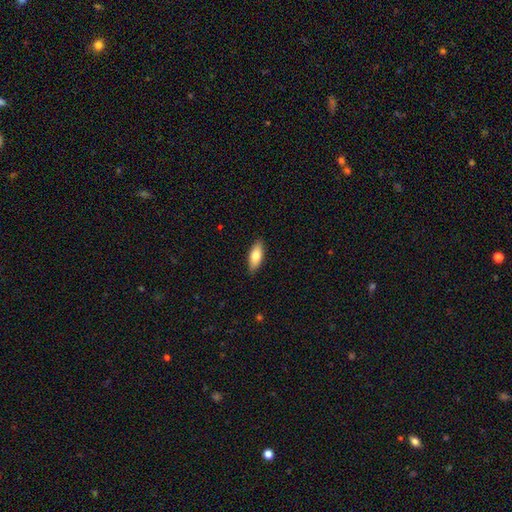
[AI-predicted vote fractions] smooth_or_featured: smooth (p=0.76) [alt: featured or disk p=0.18]
how_rounded: in between (p=0.75) [alt: cigar-shaped p=0.23]
merging: none (p=0.88) [alt: minor disturbance p=0.09]